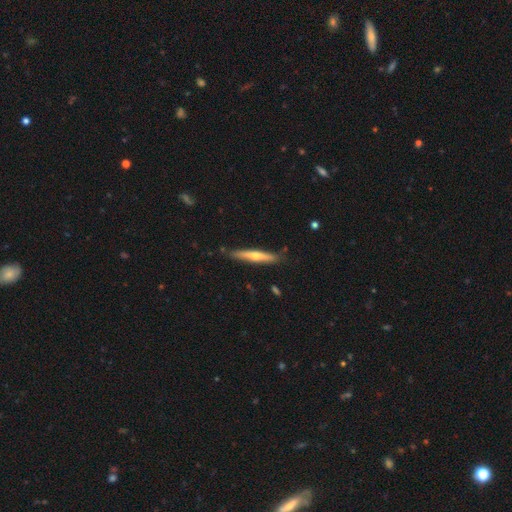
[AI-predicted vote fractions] featured or disk 56%, smooth 38%, star or artifact 6%. Down the decision tree: edge-on disk — yes (94%); edge-on bulge — rounded (80%); merging — none (86%).